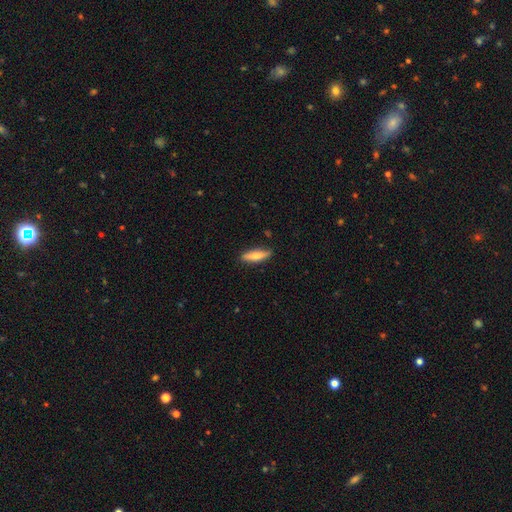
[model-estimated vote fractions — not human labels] smooth 74%, featured or disk 20%, star or artifact 6%. Down the decision tree: how rounded — cigar-shaped (66%); merging — none (84%).